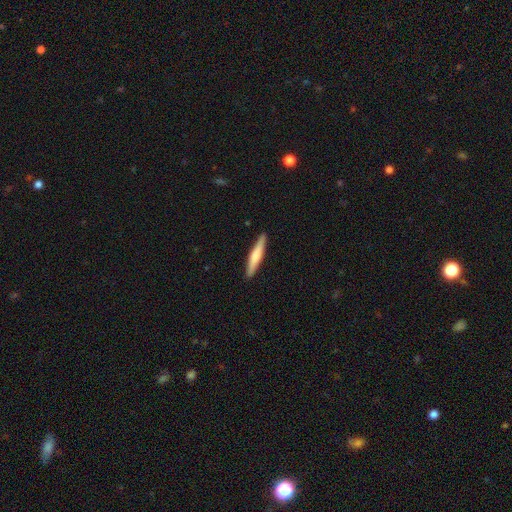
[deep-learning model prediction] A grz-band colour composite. It shows a smooth galaxy with no disk features (57%) that is cigar-shaped (92%). Merging: none (91%).